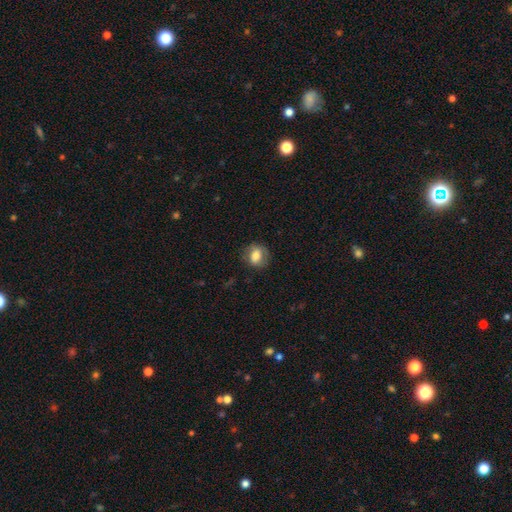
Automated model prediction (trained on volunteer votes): This is likely a smooth galaxy (75%). How rounded: possibly round (50%). Merging: likely none (77%).